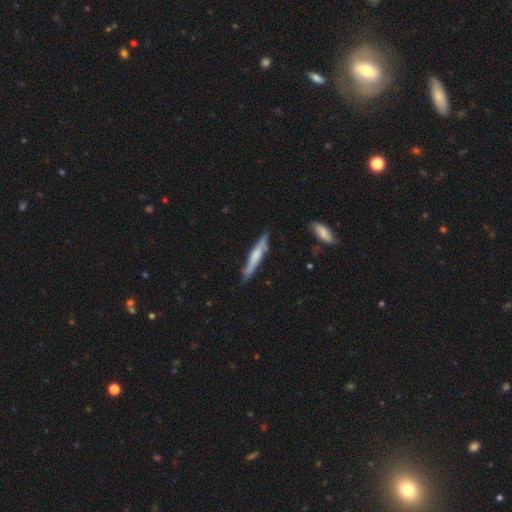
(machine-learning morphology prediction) type=smooth (49%); merging=none (75%).